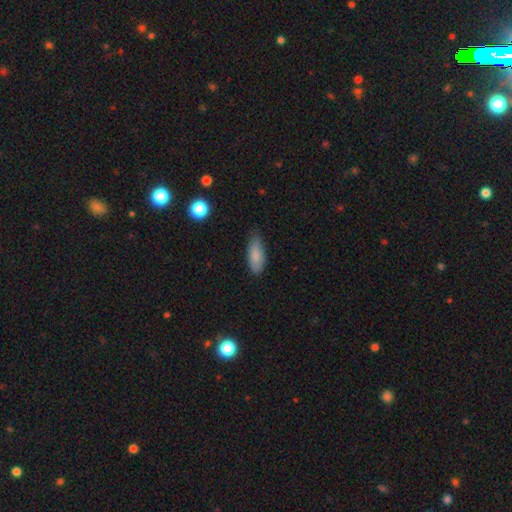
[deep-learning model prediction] A smooth galaxy with no disk features (84%) that is in between round and cigar-shaped (75%).

Vote fractions:
- Smooth or featured? smooth: 84% / featured or disk: 9% / star or artifact: 7%
- How rounded? in between: 75% / cigar-shaped: 22% / round: 2%
- Merging? none: 69% / minor disturbance: 26% / major disturbance: 4% / merger: 1%